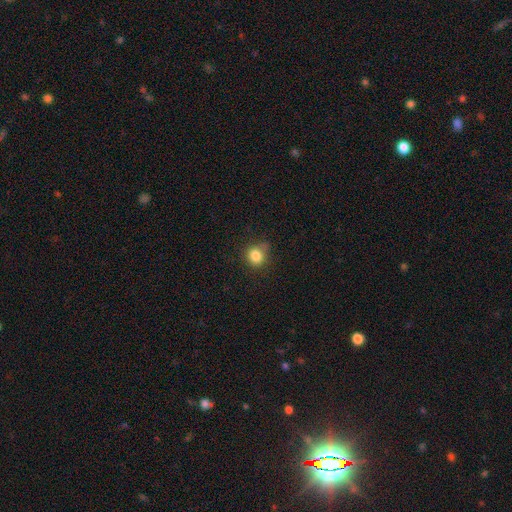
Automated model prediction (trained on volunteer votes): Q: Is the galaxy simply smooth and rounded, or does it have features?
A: smooth — 83%.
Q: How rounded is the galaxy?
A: round — 83%.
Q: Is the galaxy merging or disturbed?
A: none — 71%.